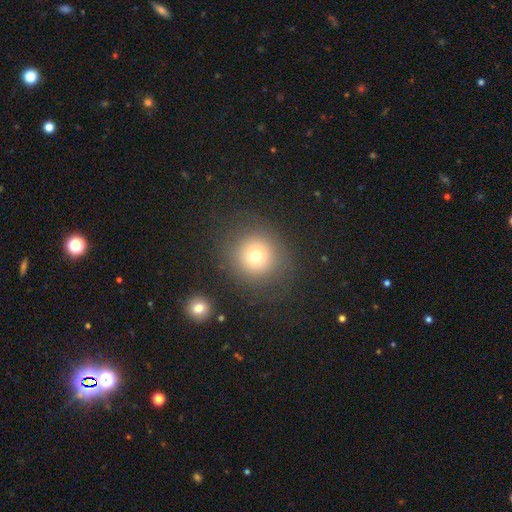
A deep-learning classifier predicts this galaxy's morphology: The model was most divided on "smooth or featured": smooth: 70%, star or artifact: 15%, featured or disk: 15%. More confident: how rounded — round (91%); merging — none (80%).